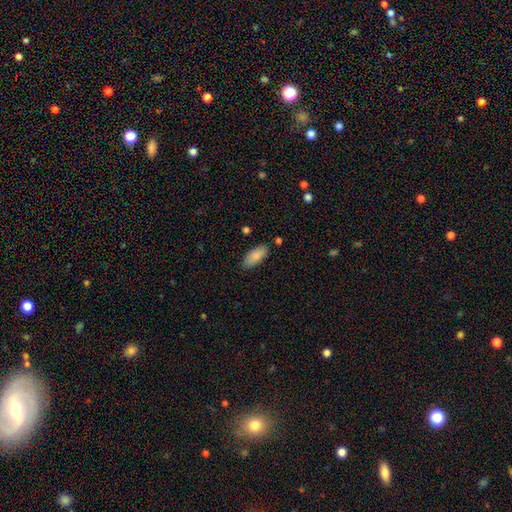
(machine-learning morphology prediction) The model was most divided on "merging": none: 84%, minor disturbance: 11%, major disturbance: 2%, merger: 2%. More confident: how rounded — in between (88%); smooth or featured — smooth (86%).